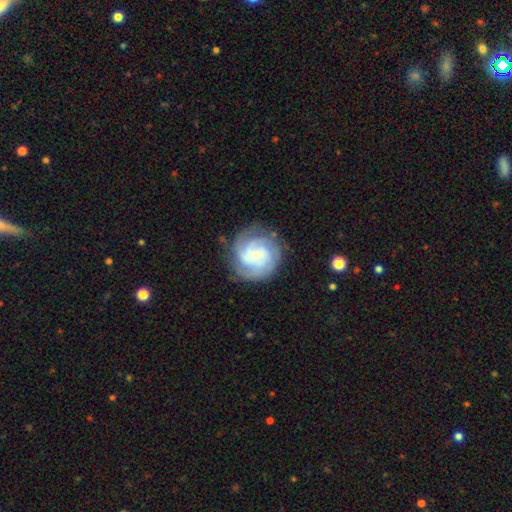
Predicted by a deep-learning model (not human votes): featured or disk 82%, smooth 12%, star or artifact 6%. Down the decision tree: edge-on disk — no (98%); bar — no (66%); spiral arms — yes (97%); spiral arm count — 3 (33%); spiral winding — tight (69%); bulge size — small (76%); merging — none (79%).